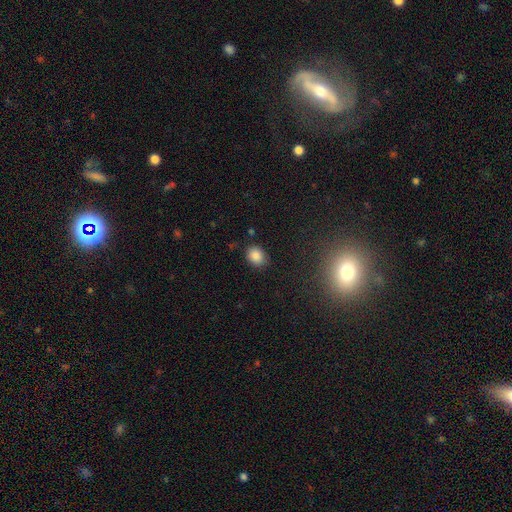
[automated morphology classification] A smooth galaxy with no disk features (86%) that is in between round and cigar-shaped (60%). Merging: none (81%).